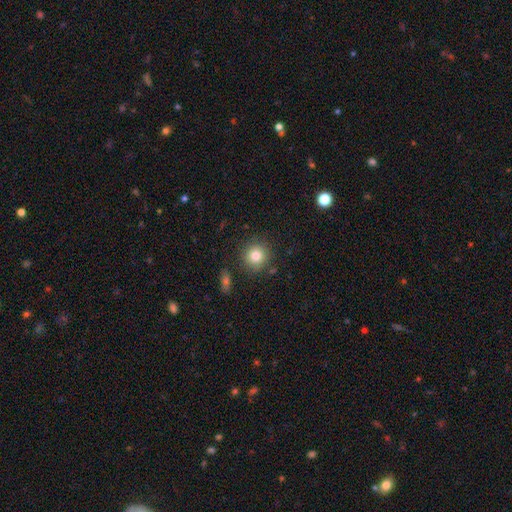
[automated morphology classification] This is clearly a smooth galaxy (82%). How rounded: clearly round (91%). Merging: clearly none (86%).